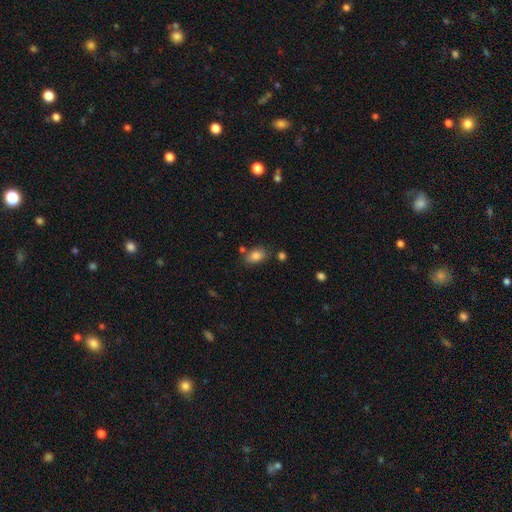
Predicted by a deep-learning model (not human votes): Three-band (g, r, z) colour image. It shows a smooth galaxy with no disk features (84%) that is in between round and cigar-shaped (84%). Merging: none (72%).